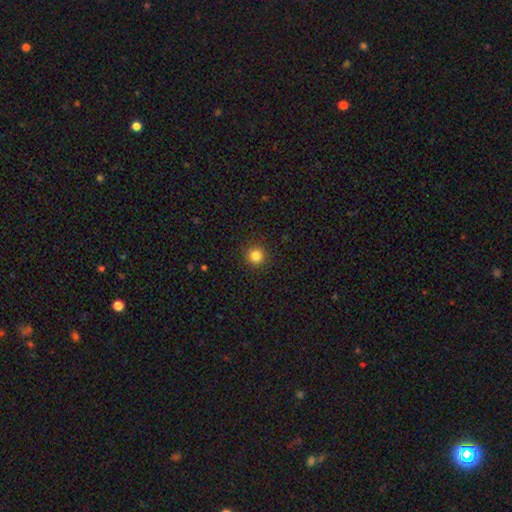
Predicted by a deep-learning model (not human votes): A smooth galaxy with no disk features (84%) that is round (95%).

Vote fractions:
- Smooth or featured? smooth: 84% / star or artifact: 12% / featured or disk: 4%
- How rounded? round: 95% / in between: 4% / cigar-shaped: 1%
- Merging? none: 92% / minor disturbance: 5% / major disturbance: 2% / merger: 1%